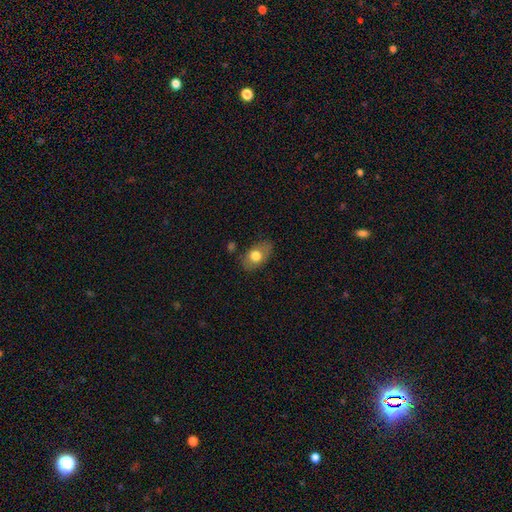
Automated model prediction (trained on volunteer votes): Smooth or featured? smooth (71%)
How rounded? in between (84%)
Merging? none (73%)